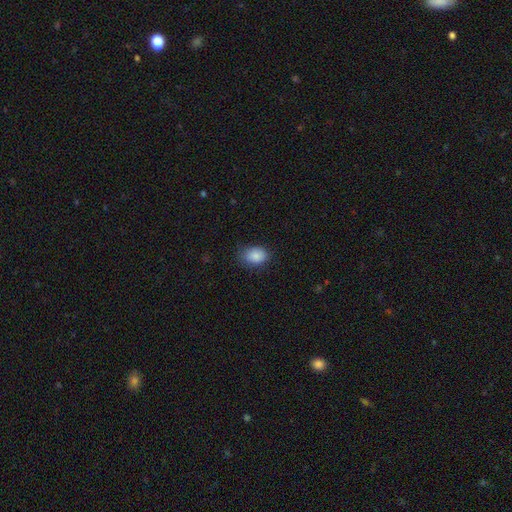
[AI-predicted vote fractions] Smooth or featured? Predicted: smooth (p=0.87). How rounded? Predicted: in between (p=0.72). Merging? Predicted: none (p=0.74).